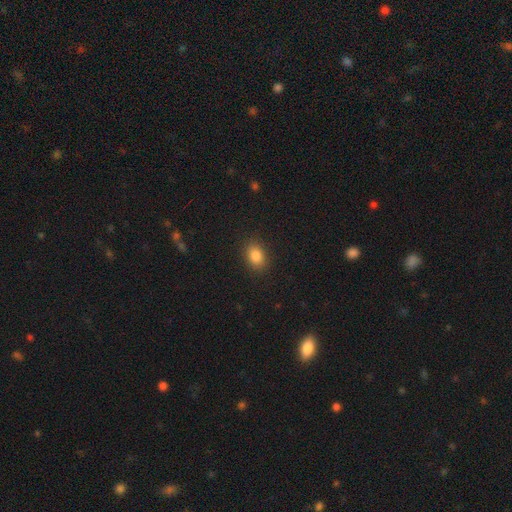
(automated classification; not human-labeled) Smooth or featured: smooth — 85% (star or artifact — 10%)
How rounded: in between — 77% (round — 22%)
Merging: none — 88% (minor disturbance — 8%)